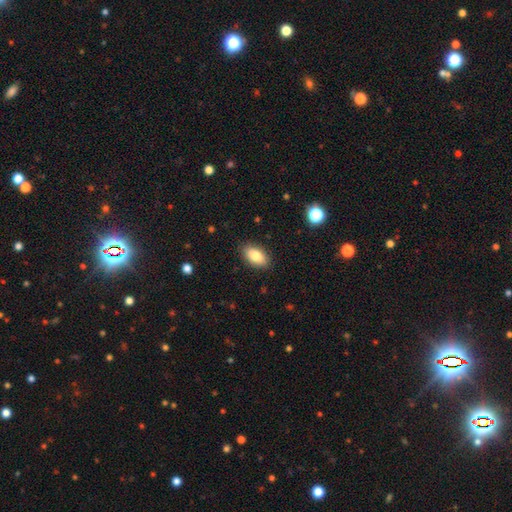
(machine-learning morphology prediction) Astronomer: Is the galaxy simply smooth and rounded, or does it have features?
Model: smooth — 84%.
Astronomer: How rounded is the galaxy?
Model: in between — 92%.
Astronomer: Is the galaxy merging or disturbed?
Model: none — 88%.